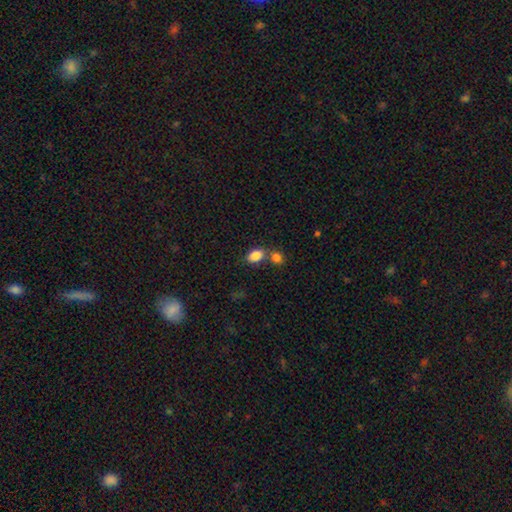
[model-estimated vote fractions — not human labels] Q: Smooth or featured?
A: smooth (85%); runner-up: star or artifact (9%)
Q: How rounded?
A: in between (83%); runner-up: round (15%)
Q: Merging?
A: none (53%); runner-up: merger (33%)